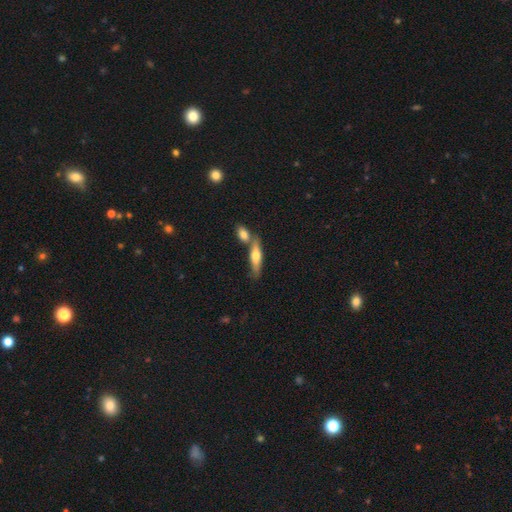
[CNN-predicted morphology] Smooth or featured? Predicted: smooth (p=0.56). How rounded? Predicted: cigar-shaped (p=0.64). Merging? Predicted: none (p=0.53).